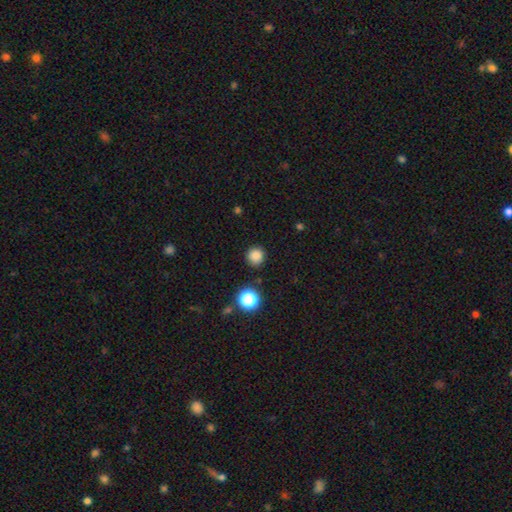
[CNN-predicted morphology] Smooth or featured? Predicted: smooth (p=0.83). How rounded? Predicted: round (p=0.93). Merging? Predicted: none (p=0.88).